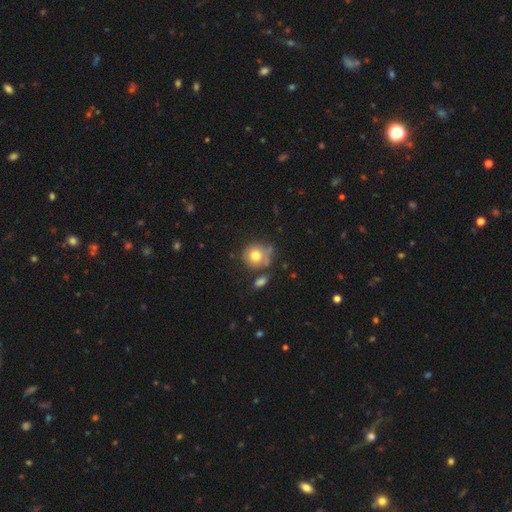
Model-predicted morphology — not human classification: smooth_or_featured: smooth (p=0.74) [alt: featured or disk p=0.16]
how_rounded: round (p=0.87) [alt: in between p=0.12]
merging: none (p=0.56) [alt: minor disturbance p=0.22]